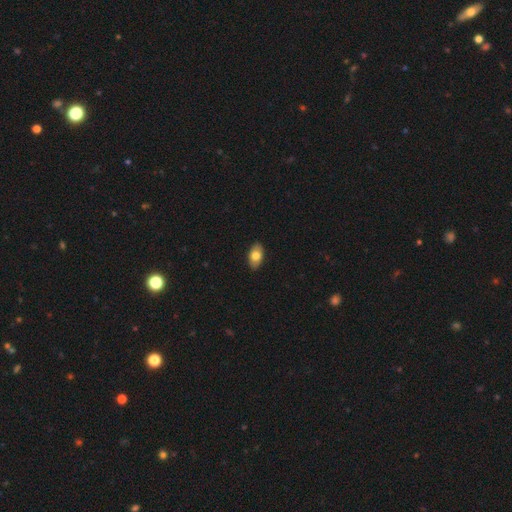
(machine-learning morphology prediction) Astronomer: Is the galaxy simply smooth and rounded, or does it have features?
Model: smooth — 77%.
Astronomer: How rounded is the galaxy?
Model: in between — 93%.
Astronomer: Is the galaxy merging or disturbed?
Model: none — 88%.